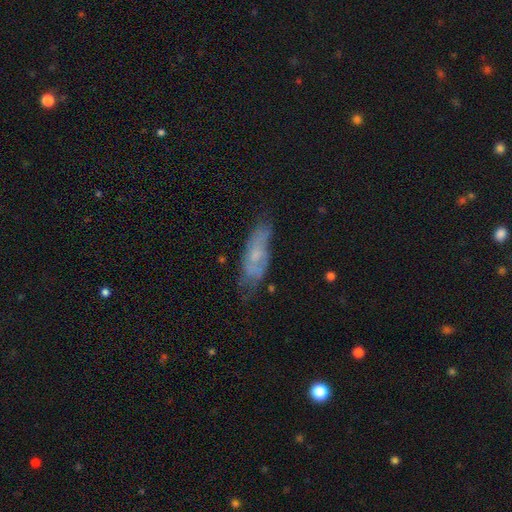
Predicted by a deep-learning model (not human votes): This appears to be a featured or disk galaxy (46%). Merging: none (55%).